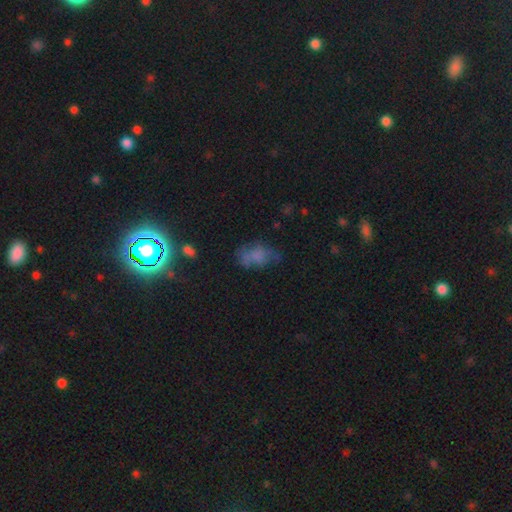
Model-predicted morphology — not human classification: This is possibly a smooth galaxy (54%). How rounded: clearly in between (83%). Merging: marginally none (42%).